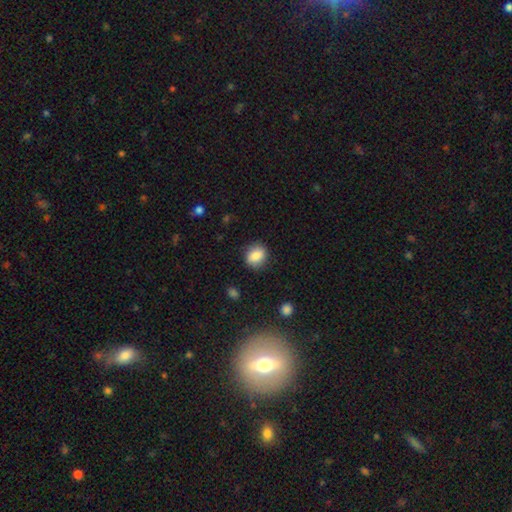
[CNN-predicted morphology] smooth-or-featured: smooth: 84% | star or artifact: 9% | featured or disk: 7%
  how-rounded: round: 63% | in between: 36% | cigar-shaped: 1%
  merging: none: 84% | minor disturbance: 11% | major disturbance: 3% | merger: 1%